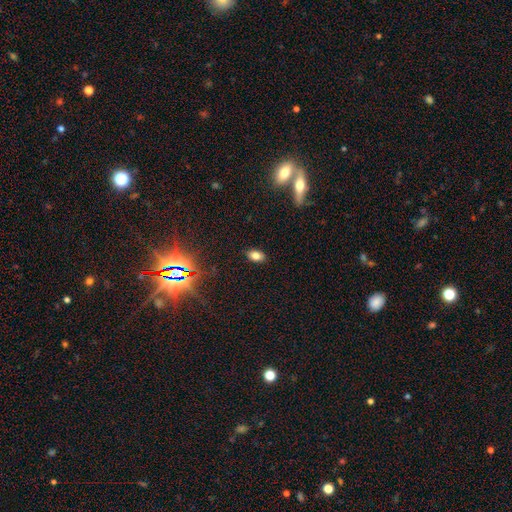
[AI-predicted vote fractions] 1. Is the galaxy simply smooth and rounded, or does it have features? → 76% smooth, 14% star or artifact, 10% featured or disk.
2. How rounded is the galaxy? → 88% in between, 9% round, 2% cigar-shaped.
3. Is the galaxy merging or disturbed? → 87% none, 9% minor disturbance, 2% major disturbance, 1% merger.